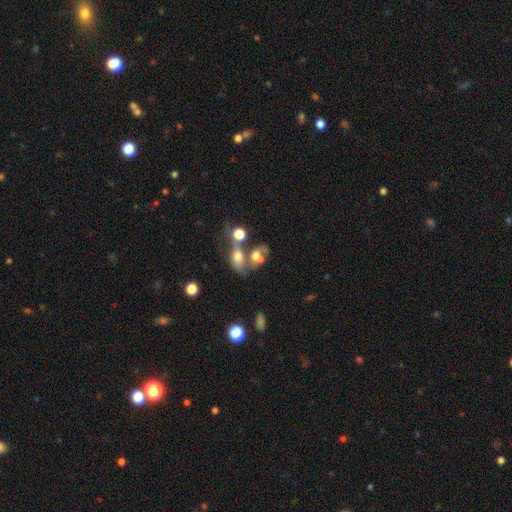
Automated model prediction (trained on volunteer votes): A smooth galaxy with no disk features (55%) that is in between round and cigar-shaped (71%). Merging: merger (57%).